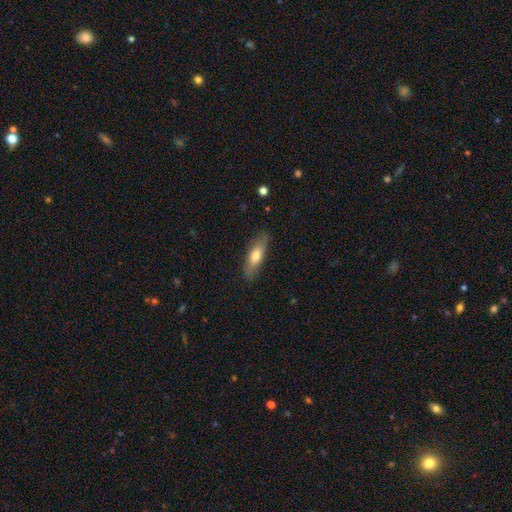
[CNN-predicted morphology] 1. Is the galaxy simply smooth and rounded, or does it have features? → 65% smooth, 29% featured or disk, 6% star or artifact.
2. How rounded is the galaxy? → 52% in between, 46% cigar-shaped, 2% round.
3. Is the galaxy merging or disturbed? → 83% none, 13% minor disturbance, 3% major disturbance, 1% merger.